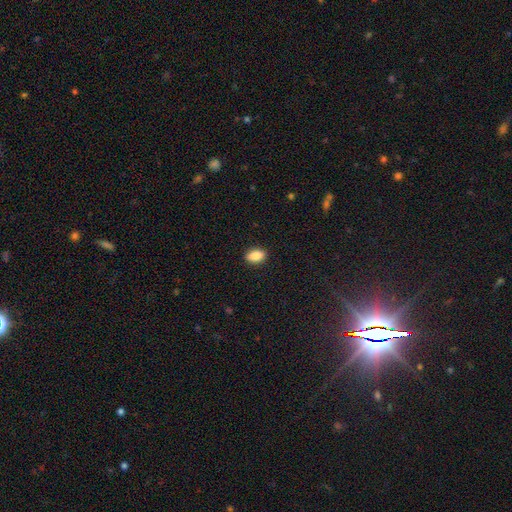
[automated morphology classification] Smooth or featured? Predicted: smooth (p=0.87). How rounded? Predicted: in between (p=0.86). Merging? Predicted: none (p=0.89).